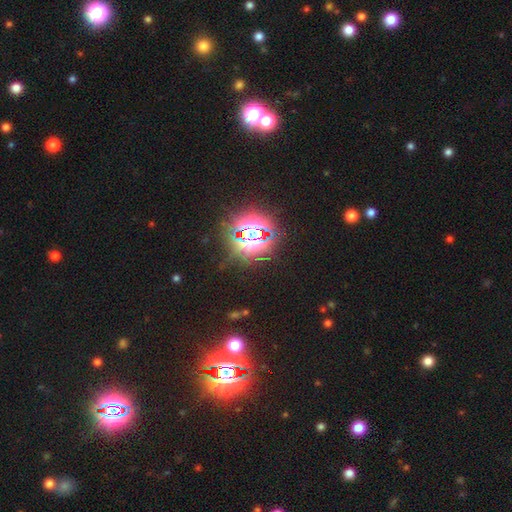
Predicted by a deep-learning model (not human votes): smooth_or_featured: star or artifact (p=0.83) [alt: smooth p=0.11]